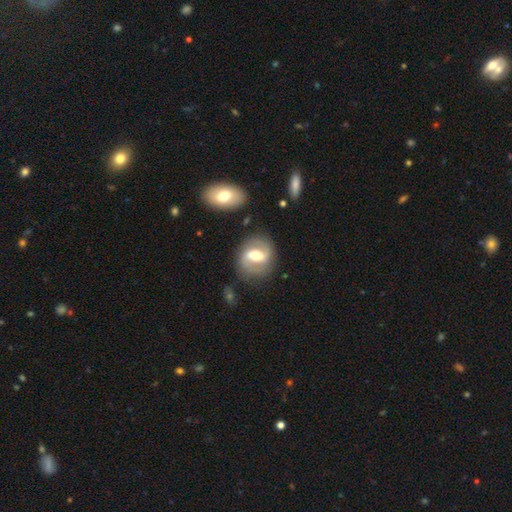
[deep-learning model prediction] The model was most divided on "bar": strong: 44%, weak: 41%, no: 15%. Remaining: edge-on disk — no (94%); spiral arm count — 2 (85%); merging — none (78%); spiral arms — yes (75%); smooth or featured — featured or disk (71%); bulge size — moderate (69%); spiral winding — medium (43%).